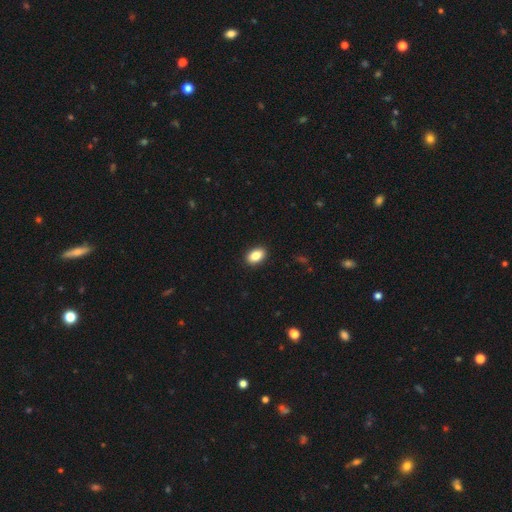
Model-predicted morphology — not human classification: Smooth or featured? Predicted: smooth (p=0.86). How rounded? Predicted: in between (p=0.88). Merging? Predicted: none (p=0.91).